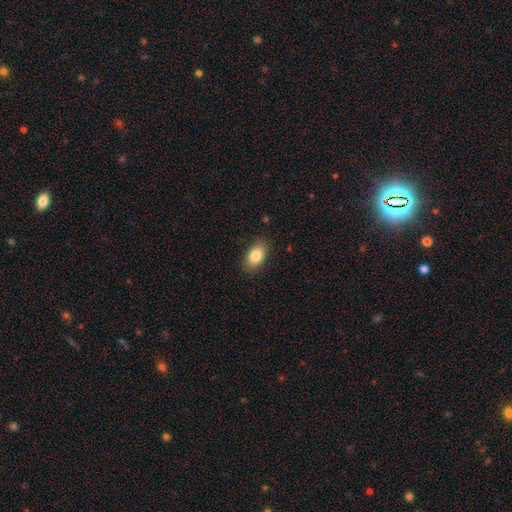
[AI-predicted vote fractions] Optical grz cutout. It shows a smooth galaxy with no disk features (83%) that is in between round and cigar-shaped (89%). Merging: none (85%).